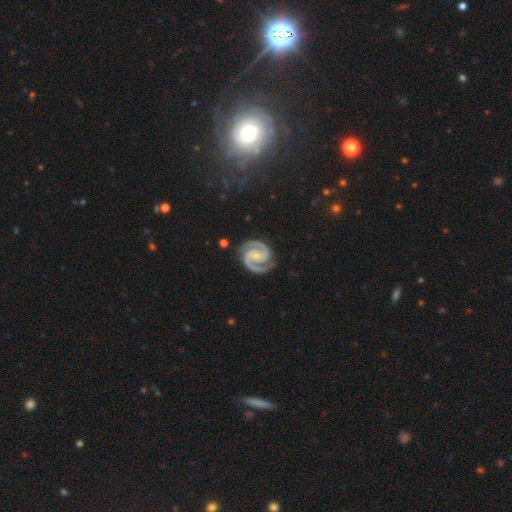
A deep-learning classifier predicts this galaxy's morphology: The model was most divided on "spiral winding": medium: 48%, tight: 47%, loose: 5%. Remaining: spiral arms — yes (99%); edge-on disk — no (98%); spiral arm count — 2 (94%); smooth or featured — featured or disk (94%); merging — none (84%); bulge size — small (67%); bar — no (45%).